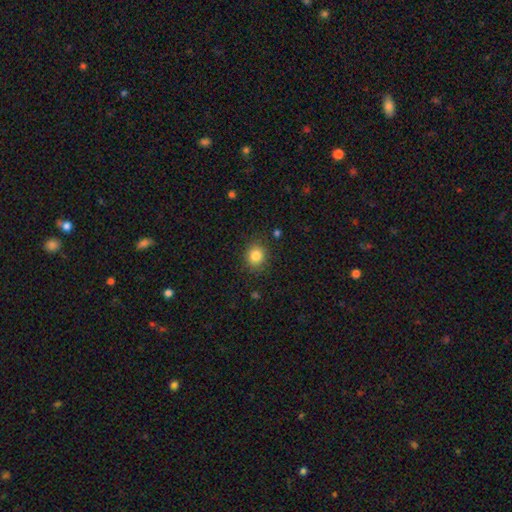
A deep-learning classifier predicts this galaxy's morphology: The model was most divided on "how rounded": round: 74%, in between: 25%, cigar-shaped: 1%. More confident: merging — none (86%); smooth or featured — smooth (83%).